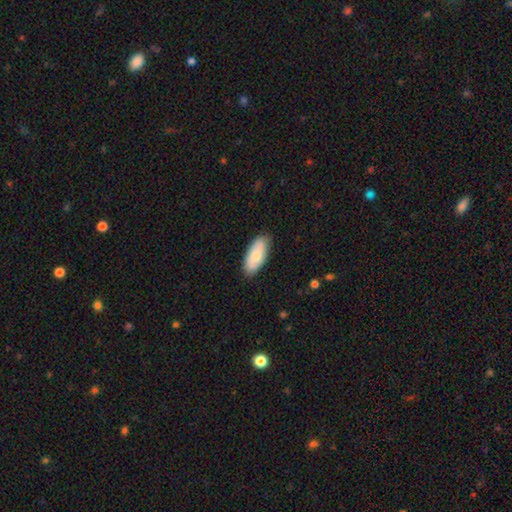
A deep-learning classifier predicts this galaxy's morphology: A smooth galaxy with no disk features (71%) that is in between round and cigar-shaped (88%). Merging: none (84%).